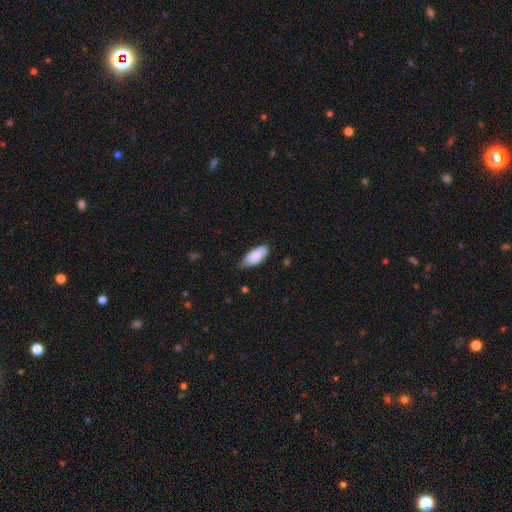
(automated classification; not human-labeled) smooth 86%, featured or disk 8%, star or artifact 6%. Down the decision tree: how rounded — in between (87%); merging — none (63%).